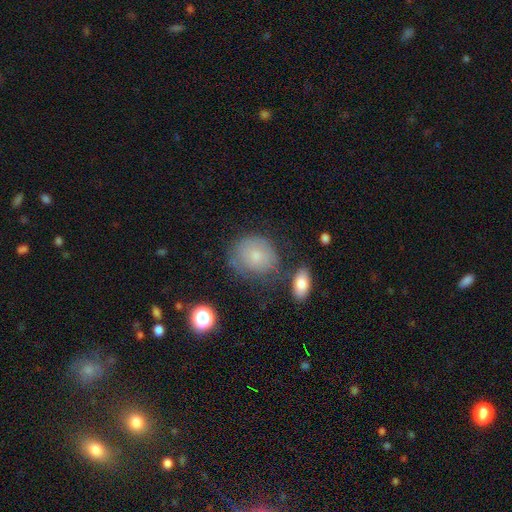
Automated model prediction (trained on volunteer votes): Smooth or featured? Predicted: smooth (p=0.71). How rounded? Predicted: round (p=0.75). Merging? Predicted: none (p=0.61).